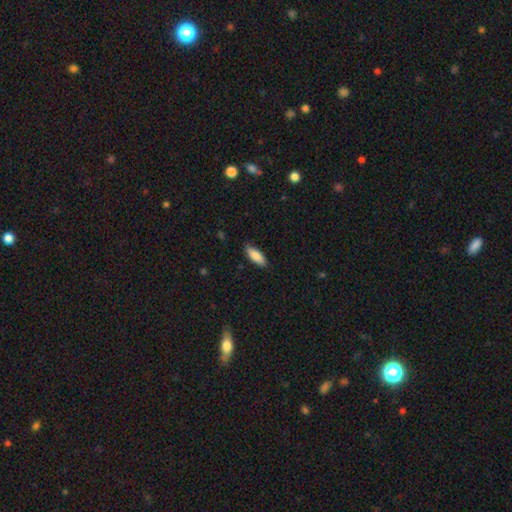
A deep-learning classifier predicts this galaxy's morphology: Overall: smooth (85%). How rounded: in between (71%). Merging: none (84%).